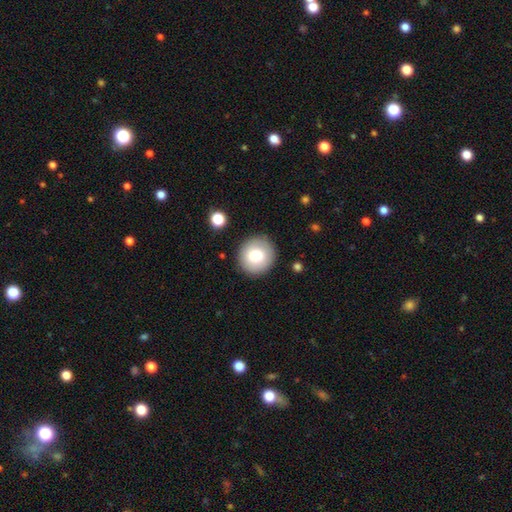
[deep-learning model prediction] A smooth galaxy with no disk features (76%) that is round (93%).

Vote fractions:
- Smooth or featured? smooth: 76% / featured or disk: 15% / star or artifact: 9%
- How rounded? round: 93% / in between: 6% / cigar-shaped: 1%
- Merging? none: 89% / minor disturbance: 7% / major disturbance: 2% / merger: 1%